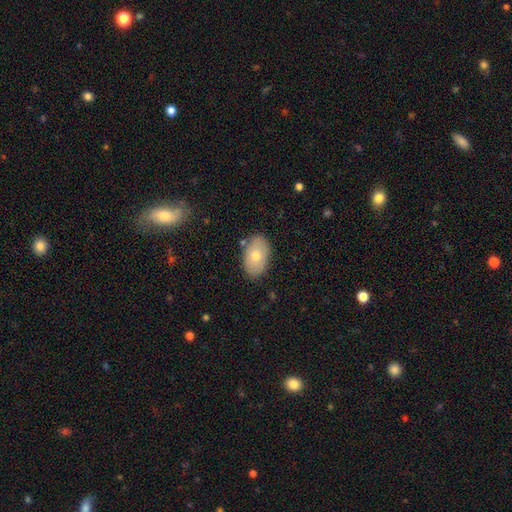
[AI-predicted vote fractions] A smooth galaxy with no disk features (70%) that is in between round and cigar-shaped (90%). Merging: none (84%).